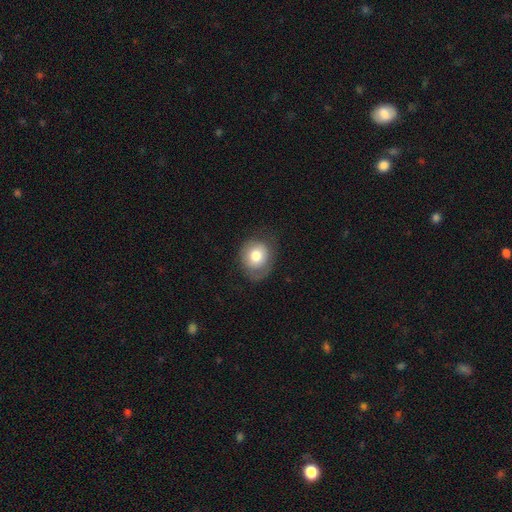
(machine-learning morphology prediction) Smooth or featured?
  - smooth: 73% *
  - featured or disk: 19%
  - star or artifact: 8%
How rounded?
  - round: 69% *
  - in between: 30%
  - cigar-shaped: 1%
Merging?
  - none: 65% *
  - minor disturbance: 23%
  - major disturbance: 11%
  - merger: 1%